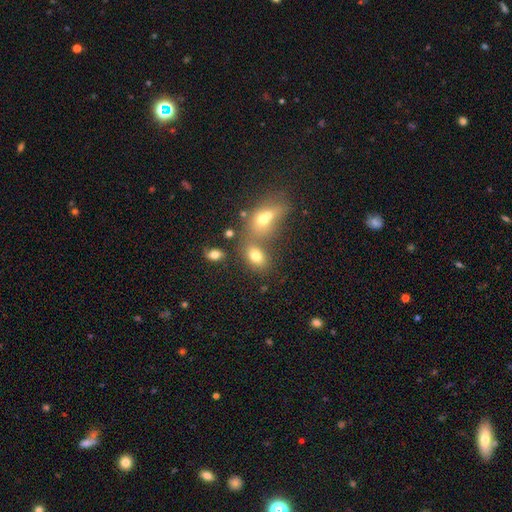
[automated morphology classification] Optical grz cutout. It shows a smooth galaxy with no disk features (74%) that is in between round and cigar-shaped (74%). Merging: none (51%).